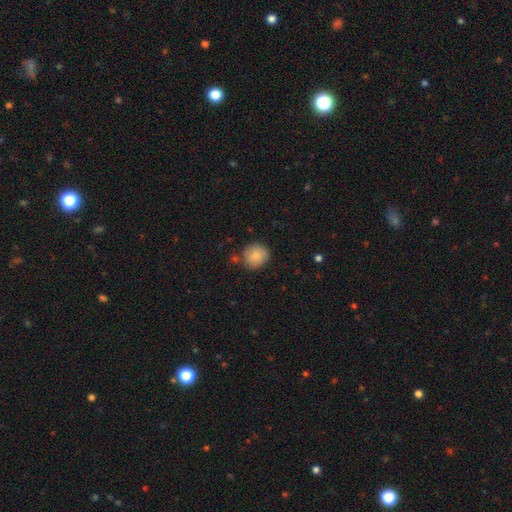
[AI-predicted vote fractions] This appears to be a smooth galaxy with no disk features (84%) that is round (89%). Merging: none (78%).